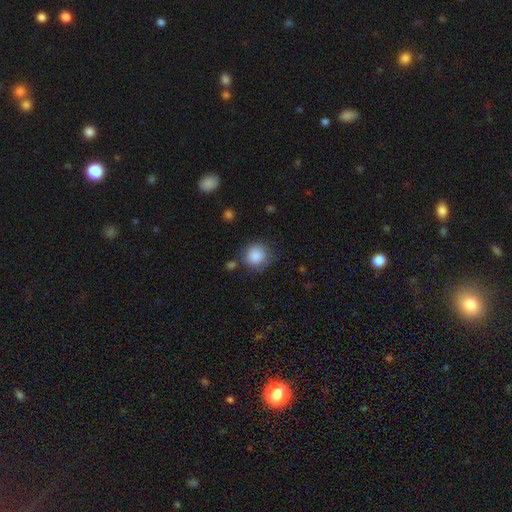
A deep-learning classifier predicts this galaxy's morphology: Overall: smooth (86%). How rounded: round (86%). Merging: none (73%).